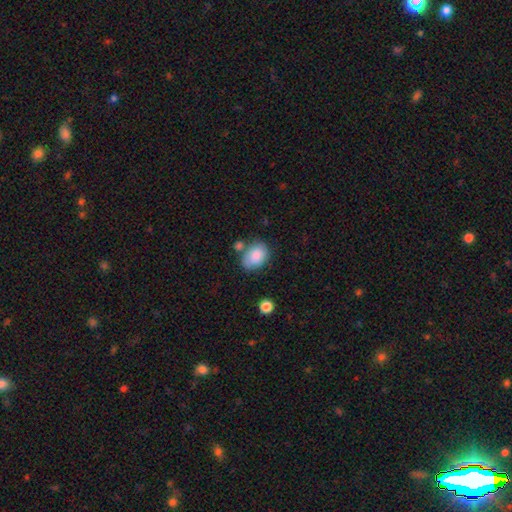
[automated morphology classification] Smooth or featured? Predicted: smooth (p=0.85). How rounded? Predicted: in between (p=0.77). Merging? Predicted: none (p=0.62).